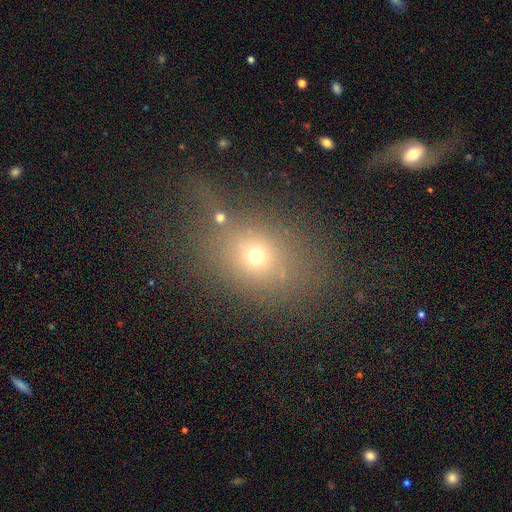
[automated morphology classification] Smooth or featured? Predicted: smooth (p=0.64). How rounded? Predicted: in between (p=0.53). Merging? Predicted: none (p=0.58).